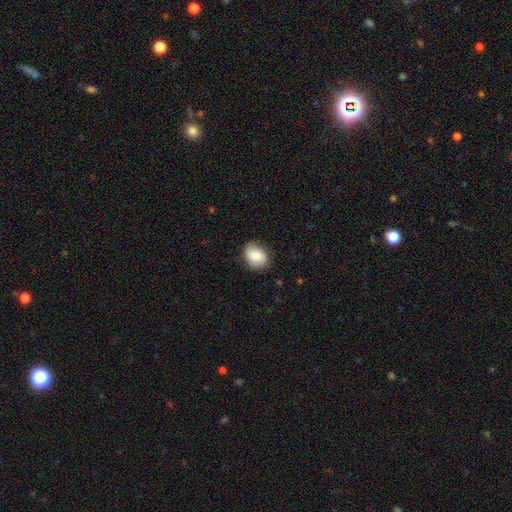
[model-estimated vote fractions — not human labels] This is likely a smooth galaxy (76%). How rounded: likely in between (61%). Merging: likely none (78%).